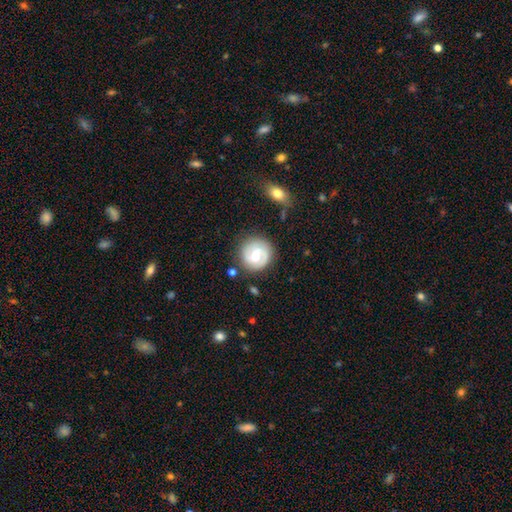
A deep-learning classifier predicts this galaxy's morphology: Smooth or featured? featured or disk (53%)
Edge-on disk? no (97%)
Bar? weak (45%)
Spiral arms? yes (65%)
Bulge size? moderate (75%)
Merging? none (81%)